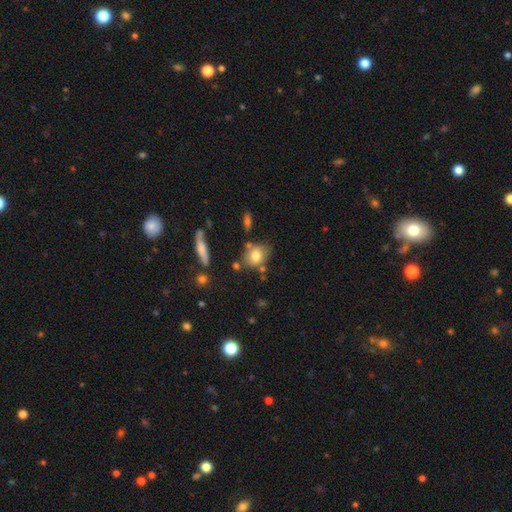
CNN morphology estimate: A smooth galaxy with no disk features (76%) that is in between round and cigar-shaped (62%). Merging: none (64%).